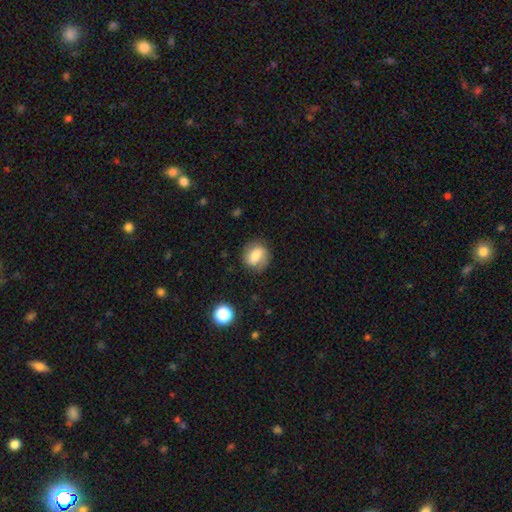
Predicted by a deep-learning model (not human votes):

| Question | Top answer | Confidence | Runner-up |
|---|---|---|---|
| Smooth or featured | smooth | 61% | featured or disk (30%) |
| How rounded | round | 56% | in between (42%) |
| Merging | none | 76% | minor disturbance (16%) |